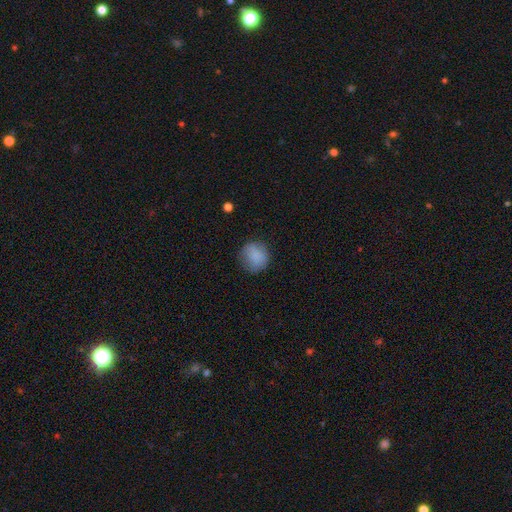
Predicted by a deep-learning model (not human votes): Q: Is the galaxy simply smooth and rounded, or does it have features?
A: smooth — 83%.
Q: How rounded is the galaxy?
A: round — 84%.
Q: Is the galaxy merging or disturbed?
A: none — 75%.